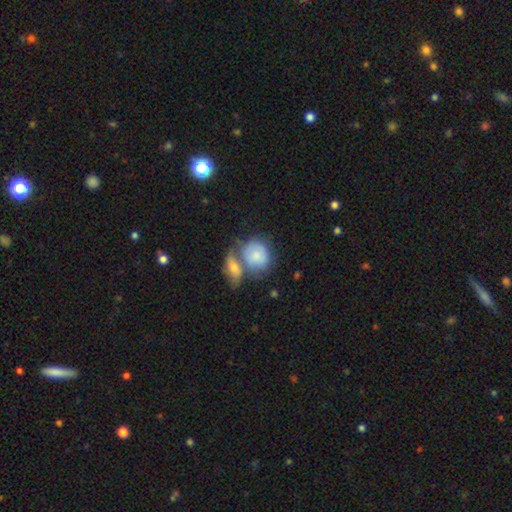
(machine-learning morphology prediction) smooth 75%, featured or disk 19%, star or artifact 6%. Down the decision tree: how rounded — round (65%); merging — merger (49%).